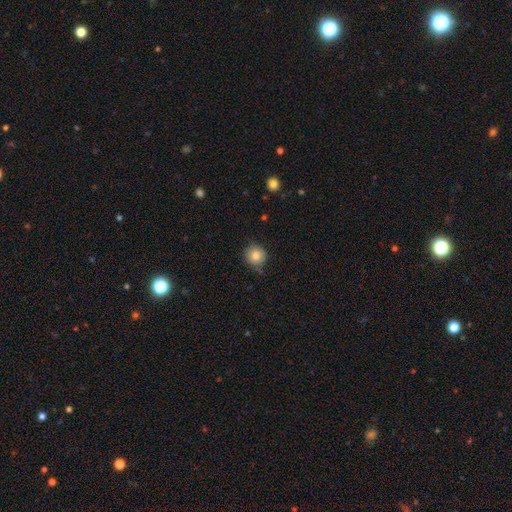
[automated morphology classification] Smooth or featured?
  - smooth: 80% *
  - star or artifact: 10%
  - featured or disk: 10%
How rounded?
  - round: 94% *
  - in between: 5%
  - cigar-shaped: 1%
Merging?
  - none: 80% *
  - minor disturbance: 15%
  - major disturbance: 3%
  - merger: 2%